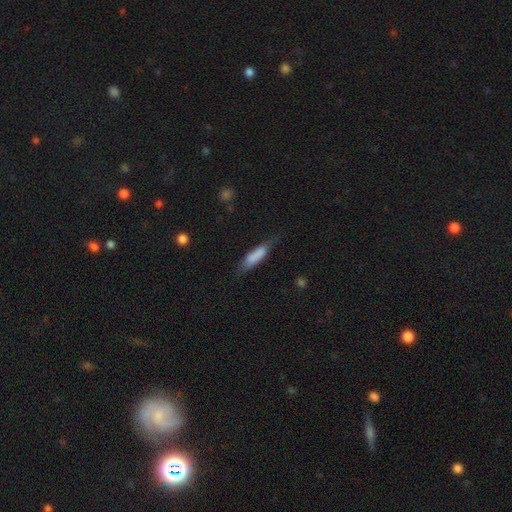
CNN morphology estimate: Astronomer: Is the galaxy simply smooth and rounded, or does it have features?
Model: smooth — 77%.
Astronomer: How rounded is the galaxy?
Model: cigar-shaped — 63%.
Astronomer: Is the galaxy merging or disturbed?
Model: none — 57%.